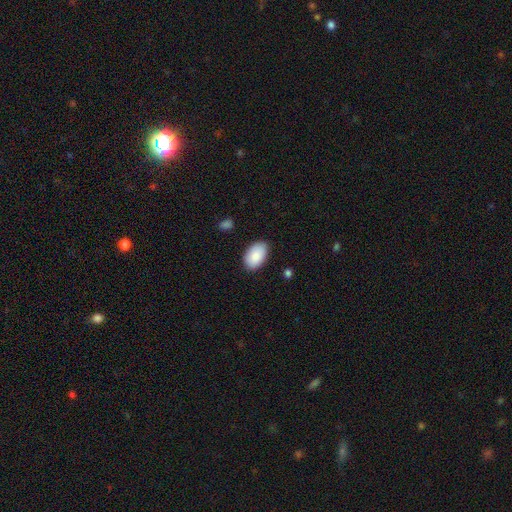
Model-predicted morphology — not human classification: The model was most divided on "merging": none: 85%, minor disturbance: 12%, major disturbance: 2%, merger: 1%. More confident: how rounded — in between (94%); smooth or featured — smooth (88%).